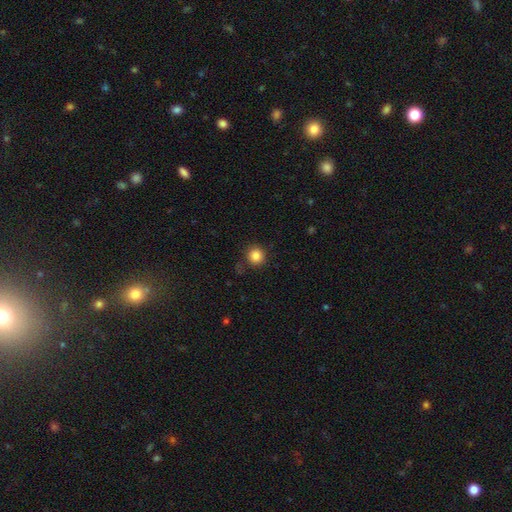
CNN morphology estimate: Smooth or featured? smooth (85%)
How rounded? round (93%)
Merging? none (84%)